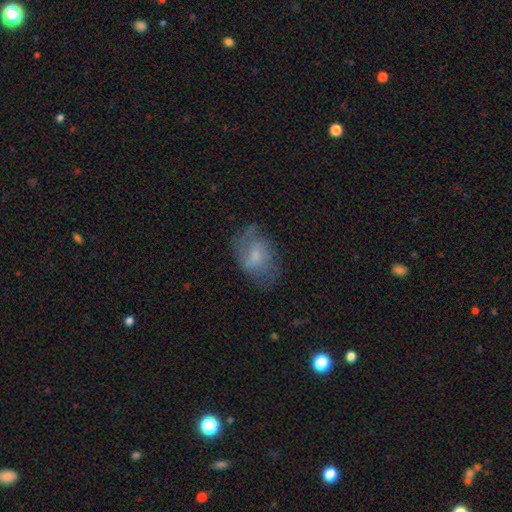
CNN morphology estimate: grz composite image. It shows a smooth galaxy with no disk features (46%). Merging: none (59%).